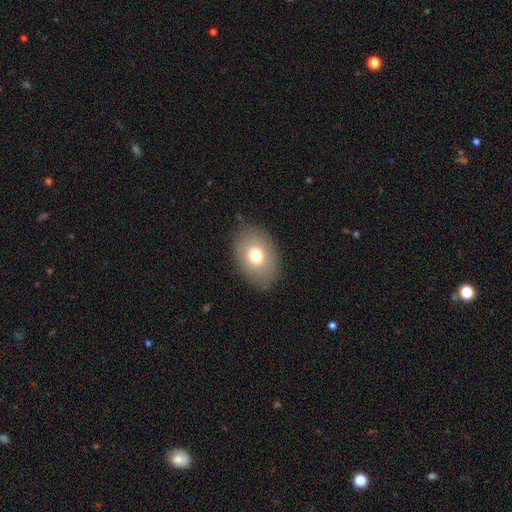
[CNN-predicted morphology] This is likely a smooth galaxy (73%). How rounded: likely in between (77%). Merging: clearly none (84%).